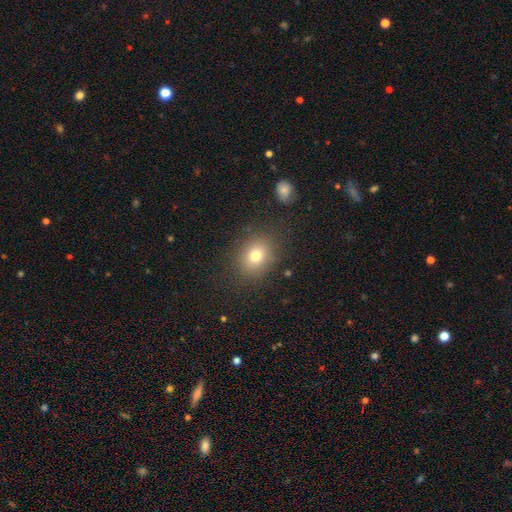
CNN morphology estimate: This is likely a smooth galaxy (76%). How rounded: possibly round (58%). Merging: clearly none (83%).